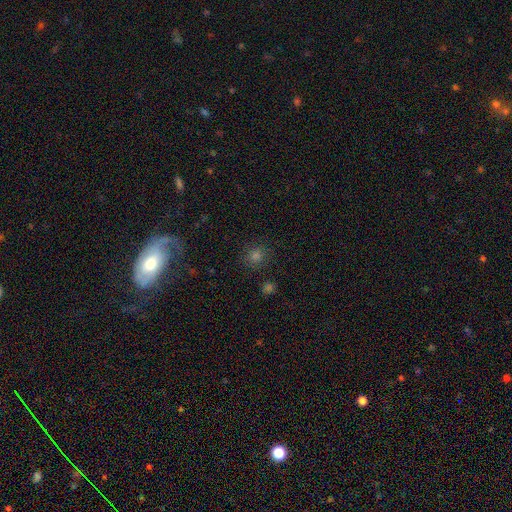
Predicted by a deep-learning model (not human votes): The model was most divided on "smooth or featured": smooth: 63%, star or artifact: 23%, featured or disk: 14%. More confident: how rounded — round (87%); merging — none (85%).